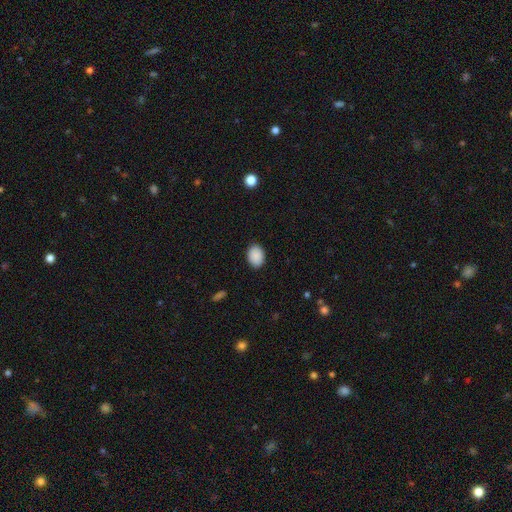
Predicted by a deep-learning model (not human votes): The model was most divided on "how rounded": in between: 74%, round: 25%, cigar-shaped: 1%. More confident: smooth or featured — smooth (90%); merging — none (89%).